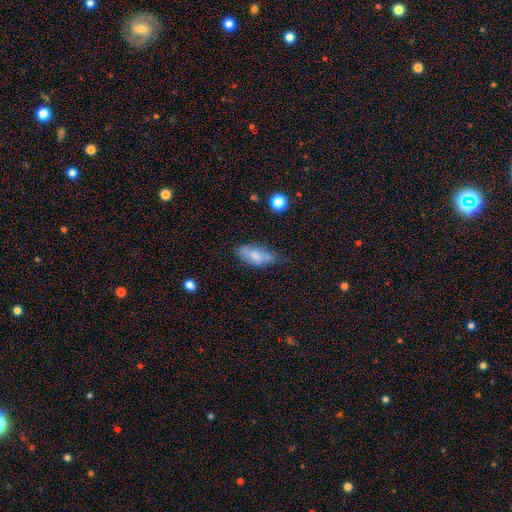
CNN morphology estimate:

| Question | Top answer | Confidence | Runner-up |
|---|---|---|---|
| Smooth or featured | smooth | 66% | featured or disk (26%) |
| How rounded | in between | 83% | cigar-shaped (14%) |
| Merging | none | 42% | minor disturbance (38%) |